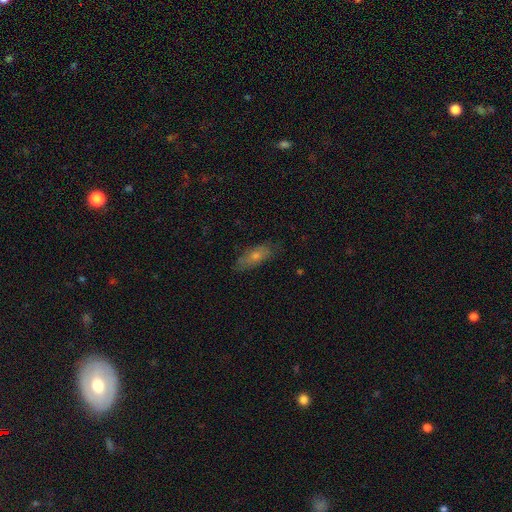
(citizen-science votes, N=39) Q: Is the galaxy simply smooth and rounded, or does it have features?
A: smooth — 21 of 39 (54%).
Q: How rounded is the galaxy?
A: in between — 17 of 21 (81%).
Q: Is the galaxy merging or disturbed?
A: none — 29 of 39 (74%).